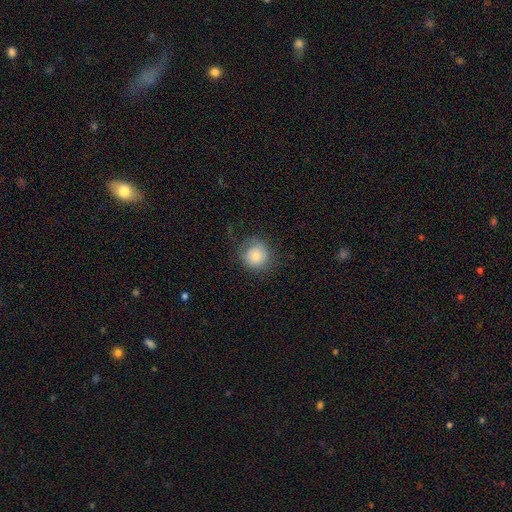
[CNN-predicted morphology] Smooth or featured? Predicted: smooth (p=0.71). How rounded? Predicted: round (p=0.91). Merging? Predicted: none (p=0.71).